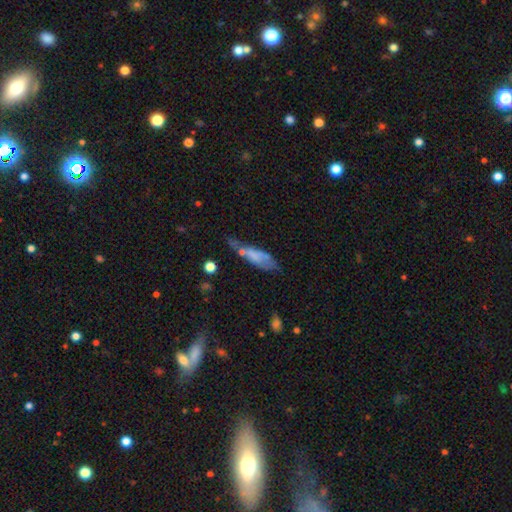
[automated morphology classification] type=smooth (57%); roundness=in between (50%); merging=none (37%).